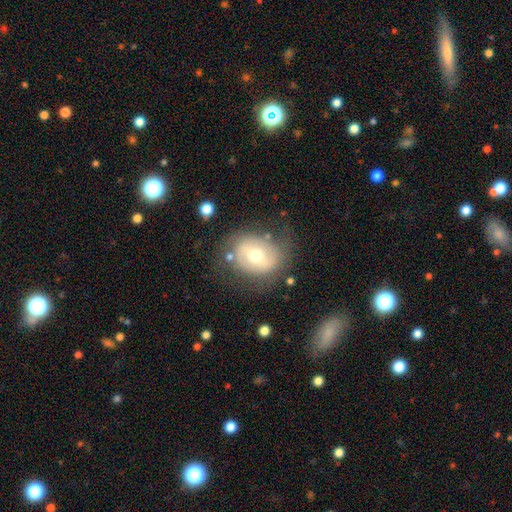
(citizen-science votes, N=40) Smooth or featured? featured or disk (57%)
Edge-on disk? no (100%)
Bar? strong (39%)
Spiral arms? no (52%)
Bulge size? moderate (70%)
Merging? none (69%)